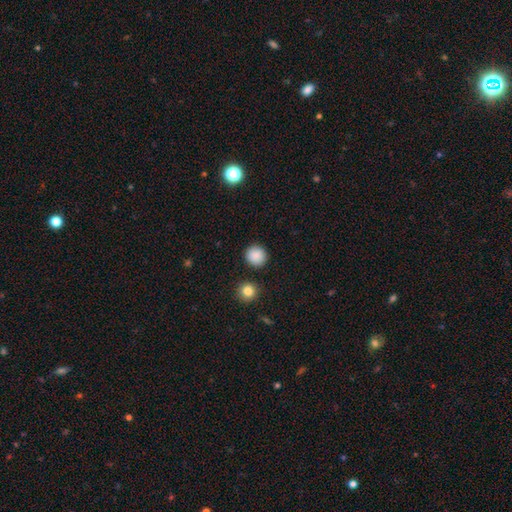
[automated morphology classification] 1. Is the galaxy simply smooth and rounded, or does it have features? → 88% smooth, 9% star or artifact, 3% featured or disk.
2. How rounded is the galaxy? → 93% round, 6% in between, 1% cigar-shaped.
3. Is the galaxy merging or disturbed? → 90% none, 6% minor disturbance, 2% major disturbance, 2% merger.